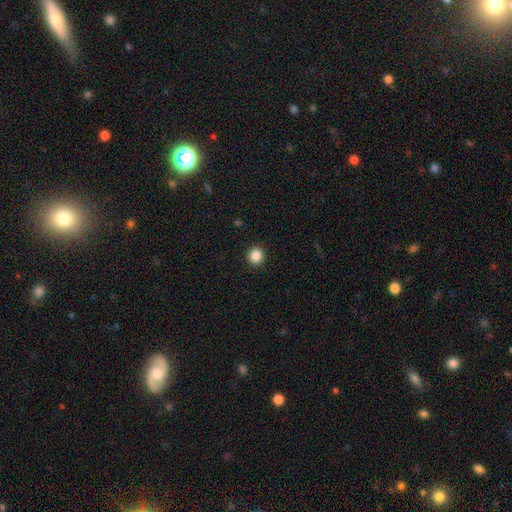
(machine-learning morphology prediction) Smooth or featured: smooth — 86% (star or artifact — 10%)
How rounded: round — 92% (in between — 7%)
Merging: none — 93% (minor disturbance — 5%)